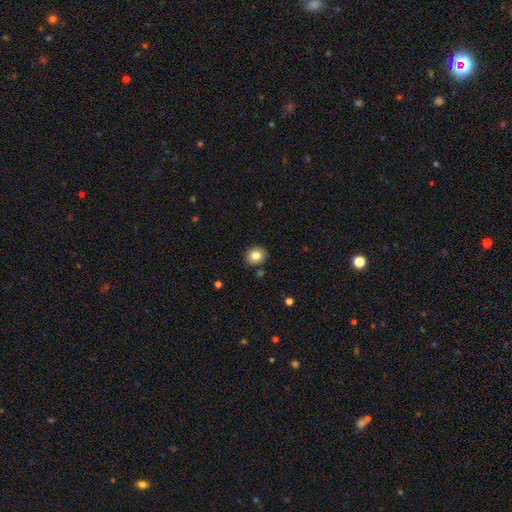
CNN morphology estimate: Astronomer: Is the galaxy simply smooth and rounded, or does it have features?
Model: smooth — 83%.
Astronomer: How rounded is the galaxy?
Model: round — 70%.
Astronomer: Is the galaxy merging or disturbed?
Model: none — 88%.